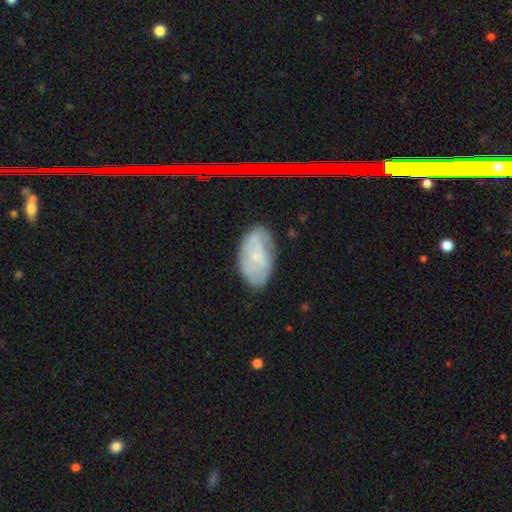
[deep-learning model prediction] smooth 56%, featured or disk 33%, star or artifact 11%. Down the decision tree: how rounded — in between (94%); merging — none (75%).